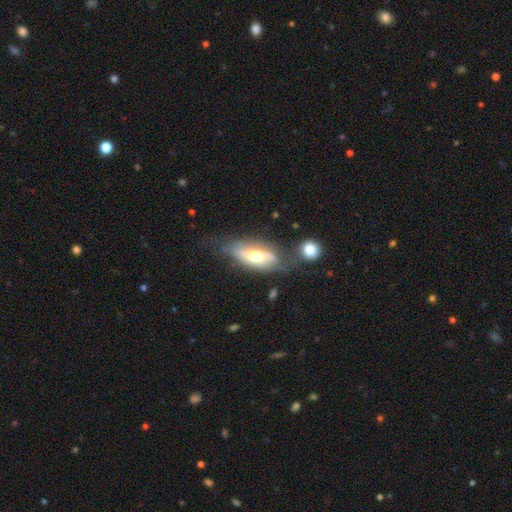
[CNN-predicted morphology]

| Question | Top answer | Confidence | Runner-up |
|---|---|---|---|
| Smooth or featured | featured or disk | 48% | smooth (45%) |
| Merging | none | 42% | minor disturbance (26%) |